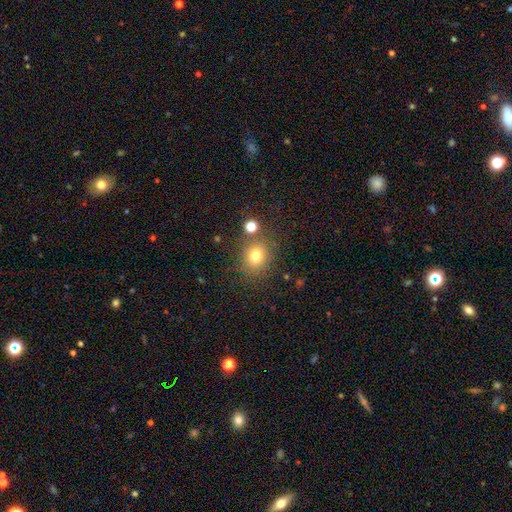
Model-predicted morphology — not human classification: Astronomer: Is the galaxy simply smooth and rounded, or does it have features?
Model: smooth — 75%.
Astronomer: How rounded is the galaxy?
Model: round — 75%.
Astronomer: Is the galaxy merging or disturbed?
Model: none — 77%.